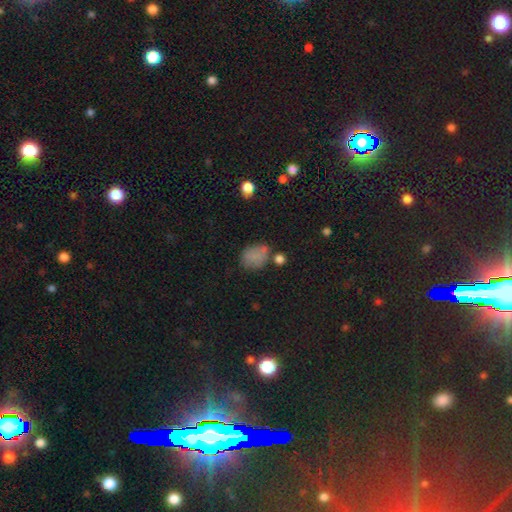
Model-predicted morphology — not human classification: This appears to be a smooth galaxy with no disk features (74%) that is in between round and cigar-shaped (61%). Merging: none (52%).